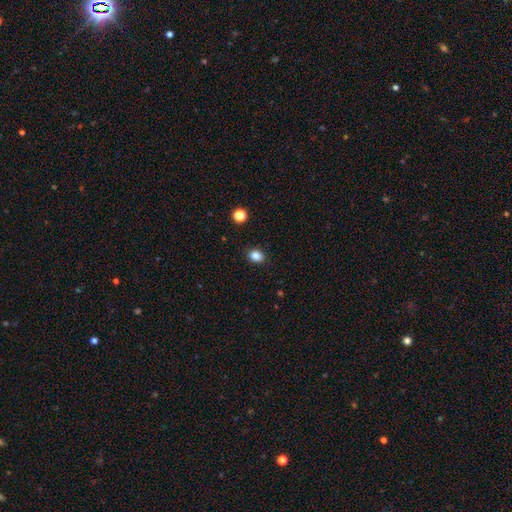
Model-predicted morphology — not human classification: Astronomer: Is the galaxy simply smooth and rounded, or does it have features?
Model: smooth — 85%.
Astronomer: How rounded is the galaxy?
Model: in between — 57% (runner-up: round, 42%).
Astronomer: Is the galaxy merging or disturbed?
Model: none — 89%.